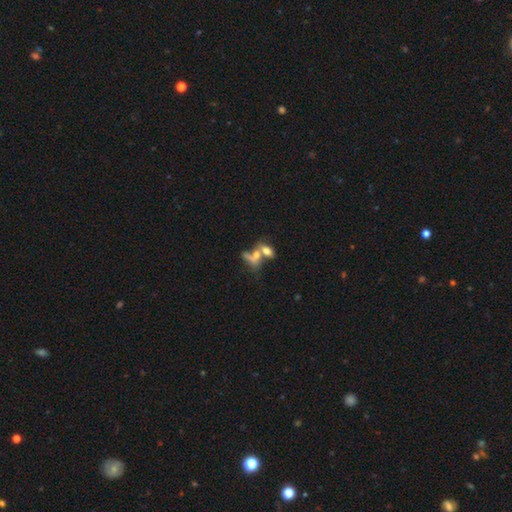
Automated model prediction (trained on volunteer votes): Smooth or featured? Predicted: smooth (p=0.61). How rounded? Predicted: in between (p=0.73). Merging? Predicted: merger (p=0.60).